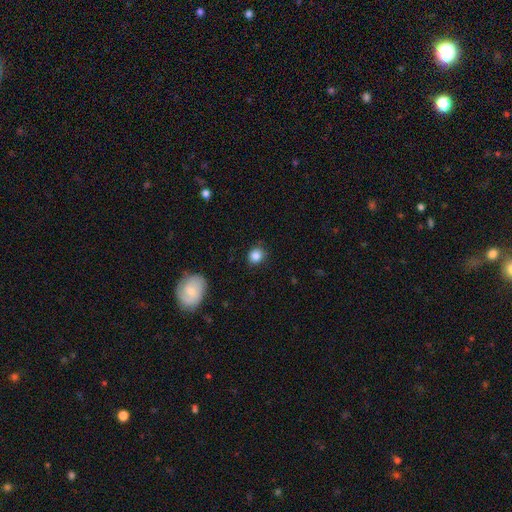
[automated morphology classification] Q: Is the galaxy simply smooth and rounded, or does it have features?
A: smooth — 86%.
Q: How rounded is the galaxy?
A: round — 76%.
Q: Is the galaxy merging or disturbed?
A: none — 85%.